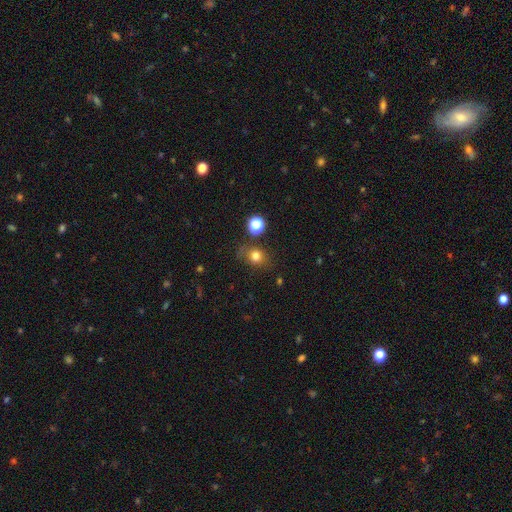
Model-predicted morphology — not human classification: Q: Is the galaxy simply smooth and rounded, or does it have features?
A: smooth — 76%.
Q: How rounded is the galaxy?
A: round — 65%.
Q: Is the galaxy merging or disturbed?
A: none — 69%.